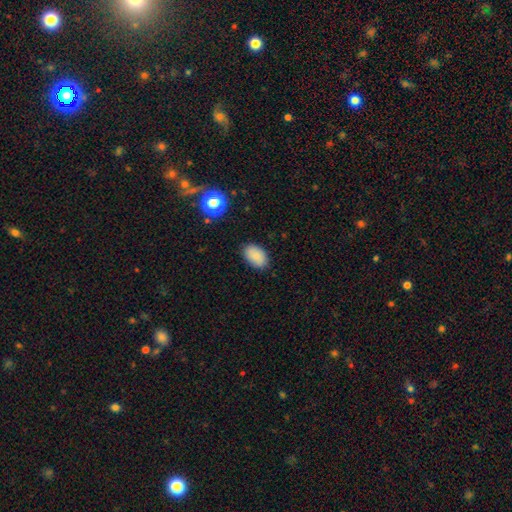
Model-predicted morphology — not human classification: Smooth or featured? Predicted: smooth (p=0.85). How rounded? Predicted: in between (p=0.90). Merging? Predicted: none (p=0.85).